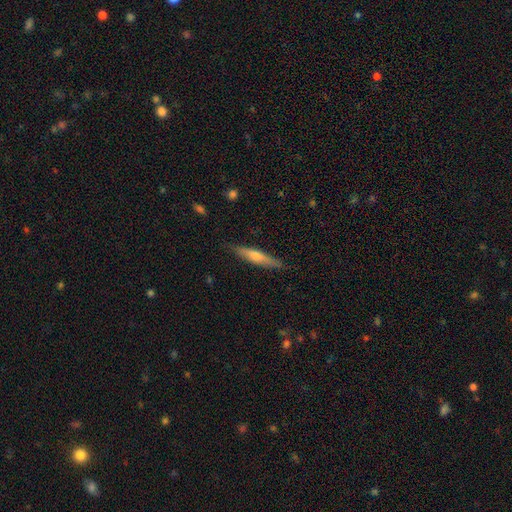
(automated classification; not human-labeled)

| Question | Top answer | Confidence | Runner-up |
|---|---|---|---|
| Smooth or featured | featured or disk | 57% | smooth (37%) |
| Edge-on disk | yes | 94% | no (6%) |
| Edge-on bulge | rounded | 80% | none (15%) |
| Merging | none | 88% | minor disturbance (9%) |